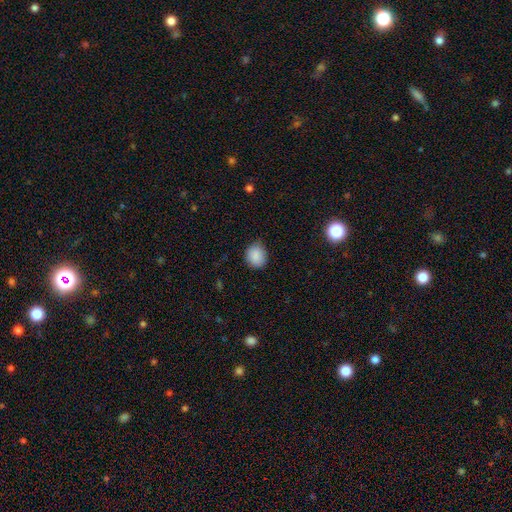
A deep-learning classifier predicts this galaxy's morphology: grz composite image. It shows a smooth galaxy with no disk features (88%) that is round (70%). Merging: none (81%).